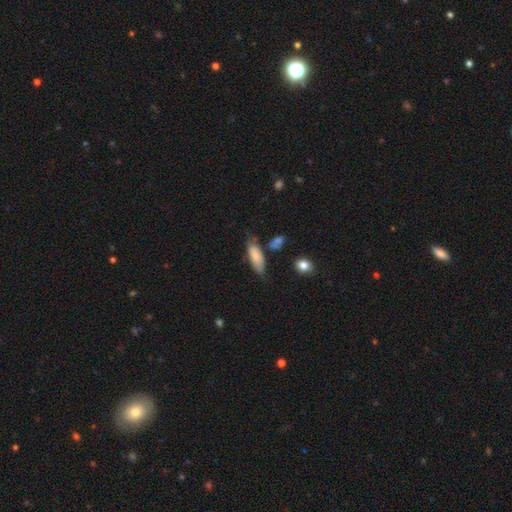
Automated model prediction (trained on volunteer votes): Q: Smooth or featured?
A: smooth (78%); runner-up: featured or disk (16%)
Q: How rounded?
A: in between (71%); runner-up: cigar-shaped (27%)
Q: Merging?
A: none (52%); runner-up: minor disturbance (32%)